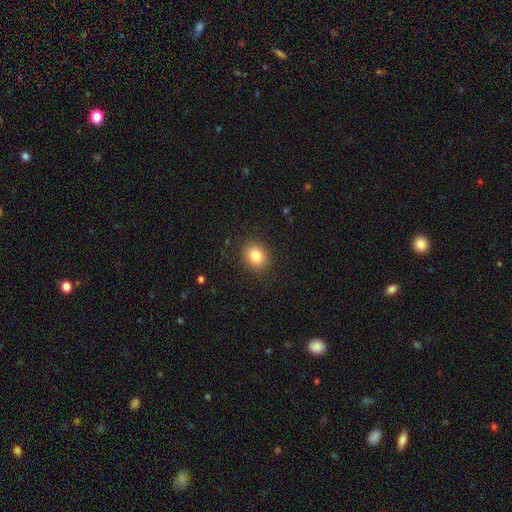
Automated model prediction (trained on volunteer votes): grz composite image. It shows a smooth galaxy with no disk features (82%) that is round (64%). Merging: none (88%).